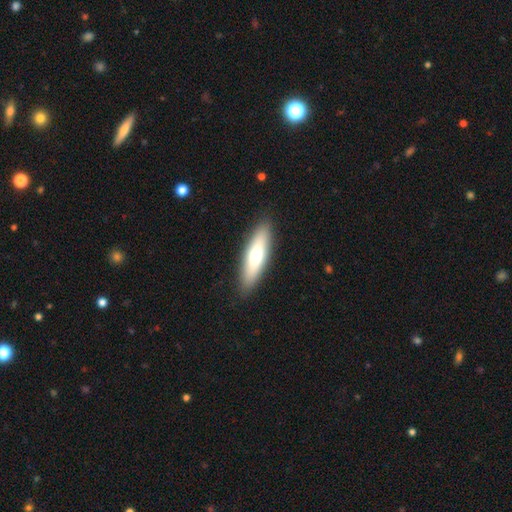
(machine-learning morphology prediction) Smooth or featured: smooth — 63% (featured or disk — 31%)
How rounded: cigar-shaped — 61% (in between — 38%)
Merging: none — 89% (minor disturbance — 8%)